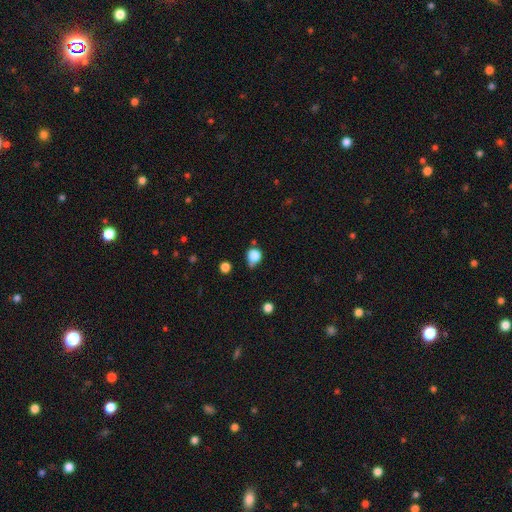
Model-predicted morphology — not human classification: Smooth or featured: smooth — 82% (star or artifact — 11%)
How rounded: round — 72% (in between — 27%)
Merging: none — 41% (minor disturbance — 37%)